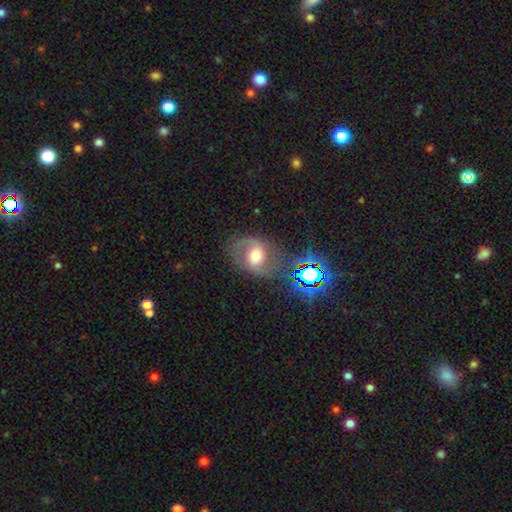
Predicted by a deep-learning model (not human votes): Smooth or featured?
  - featured or disk: 68% *
  - smooth: 20%
  - star or artifact: 12%
Edge-on disk?
  - no: 97% *
  - yes: 3%
Bar?
  - weak: 42% *
  - no: 38%
  - strong: 20%
Spiral arms?
  - yes: 88% *
  - no: 12%
Spiral winding?
  - medium: 49% *
  - loose: 36%
  - tight: 14%
Spiral arm count?
  - 2: 84% *
  - 1: 8%
  - can't tell: 5%
  - 3: 1%
  - 4: 1%
  - more than 4: 1%
Bulge size?
  - moderate: 65% *
  - large: 16%
  - small: 16%
  - dominant: 2%
  - none: 1%
Merging?
  - none: 66% *
  - minor disturbance: 17%
  - major disturbance: 12%
  - merger: 4%